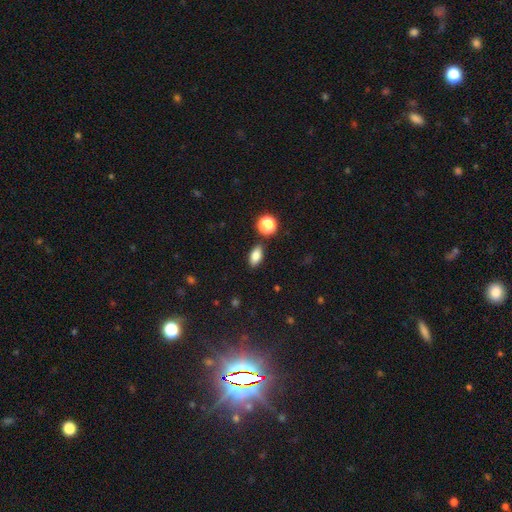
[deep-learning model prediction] Smooth or featured: smooth — 81% (star or artifact — 10%)
How rounded: in between — 84% (round — 9%)
Merging: none — 84% (minor disturbance — 9%)